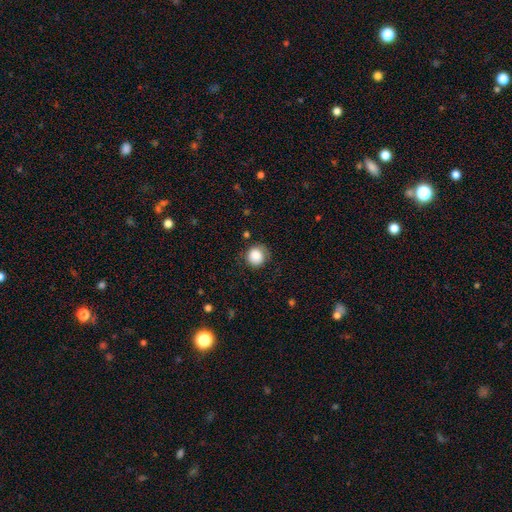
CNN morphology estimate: The model was most divided on "merging": none: 71%, minor disturbance: 19%, major disturbance: 8%, merger: 2%. More confident: how rounded — round (90%); smooth or featured — smooth (85%).